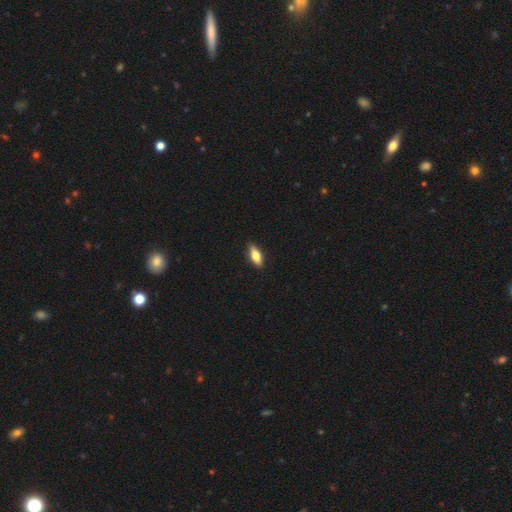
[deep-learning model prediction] Smooth or featured?
  - smooth: 69% *
  - featured or disk: 25%
  - star or artifact: 6%
How rounded?
  - in between: 68% *
  - cigar-shaped: 30%
  - round: 3%
Merging?
  - none: 89% *
  - minor disturbance: 8%
  - major disturbance: 2%
  - merger: 1%